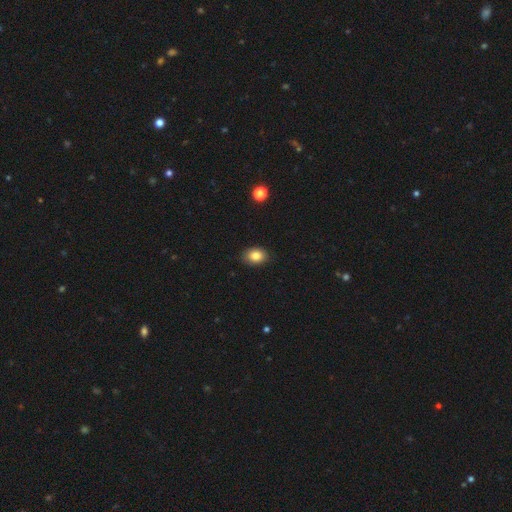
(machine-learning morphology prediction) A smooth galaxy with no disk features (84%) that is in between round and cigar-shaped (72%).

Vote fractions:
- Smooth or featured? smooth: 84% / star or artifact: 9% / featured or disk: 6%
- How rounded? in between: 72% / round: 27% / cigar-shaped: 1%
- Merging? none: 87% / minor disturbance: 10% / major disturbance: 2% / merger: 1%